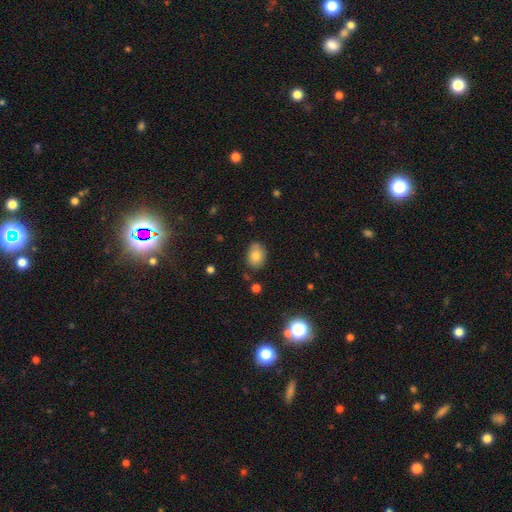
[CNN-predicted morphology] This appears to be a smooth galaxy with no disk features (79%) that is in between round and cigar-shaped (72%). Merging: none (78%).